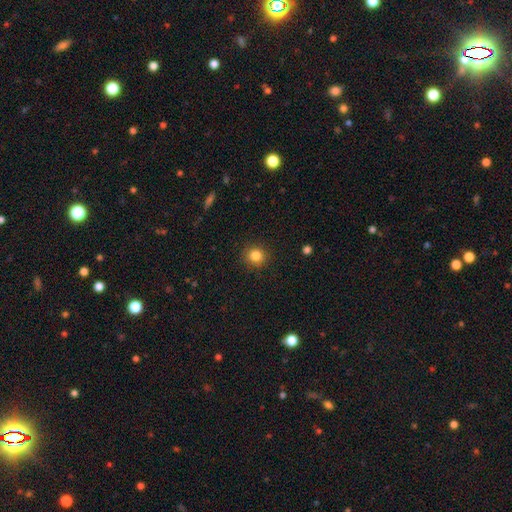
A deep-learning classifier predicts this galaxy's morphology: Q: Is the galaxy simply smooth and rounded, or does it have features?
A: smooth — 84%.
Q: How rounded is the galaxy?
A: round — 91%.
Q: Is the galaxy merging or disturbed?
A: none — 91%.